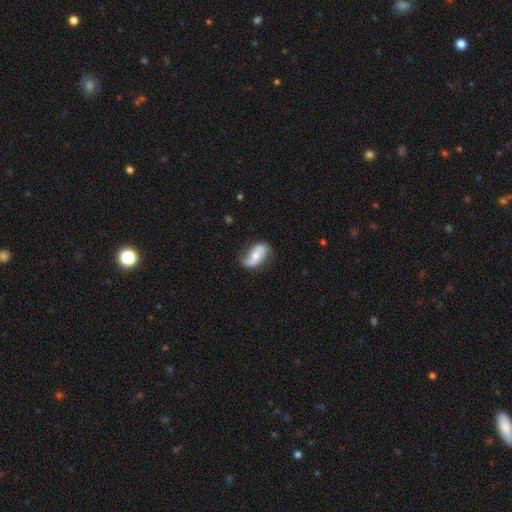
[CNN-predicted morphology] This is likely a featured or disk galaxy (62%). It is clearly not viewed edge-on (92%). Bar: possibly no (53%). Spiral arm pattern: clearly yes (85%). Central bulge: possibly moderate (58%). Merging: likely none (65%).